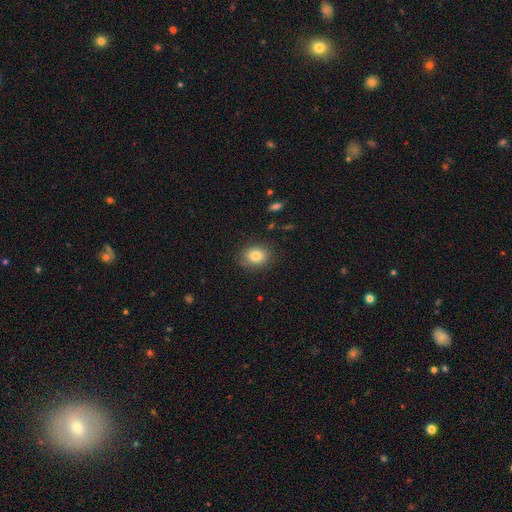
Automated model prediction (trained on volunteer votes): This appears to be a smooth galaxy with no disk features (82%) that is round (56%). Merging: none (83%).